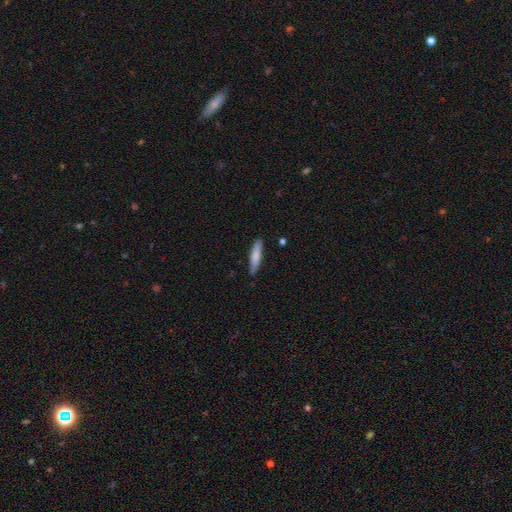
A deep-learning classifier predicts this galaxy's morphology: smooth_or_featured: smooth (p=0.77) [alt: featured or disk p=0.17]
how_rounded: cigar-shaped (p=0.83) [alt: in between p=0.15]
merging: none (p=0.85) [alt: minor disturbance p=0.11]